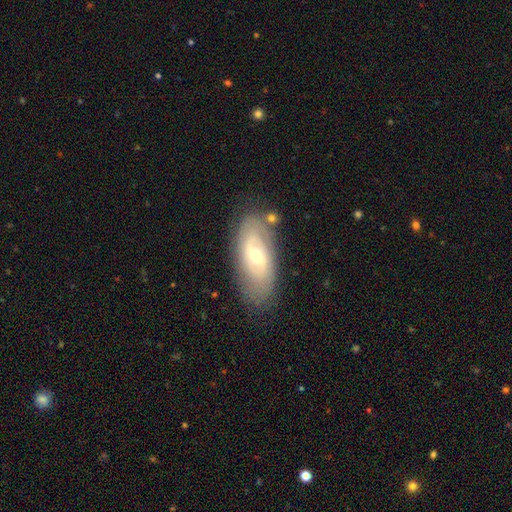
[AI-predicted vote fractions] The model was most divided on "bar": weak: 45%, no: 39%, strong: 16%. More confident: edge-on disk — no (89%); merging — none (77%); spiral arms — yes (71%); smooth or featured — featured or disk (67%); bulge size — moderate (57%).